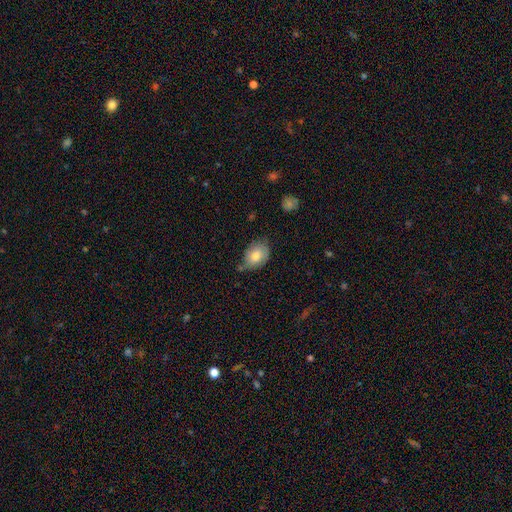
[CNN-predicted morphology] A smooth galaxy with no disk features (75%) that is in between round and cigar-shaped (76%). Merging: none (60%).